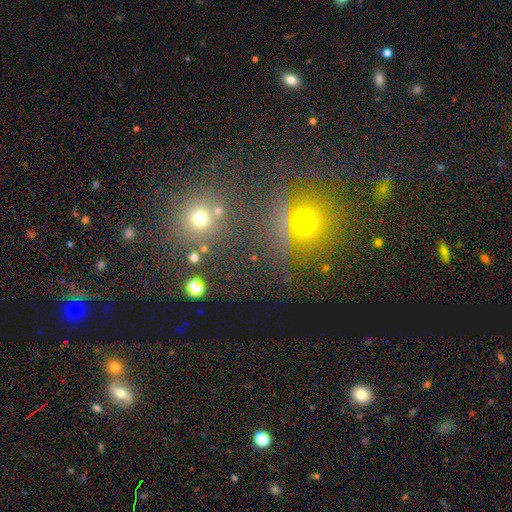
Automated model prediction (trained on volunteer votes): Smooth or featured: star or artifact — 49% (smooth — 40%)